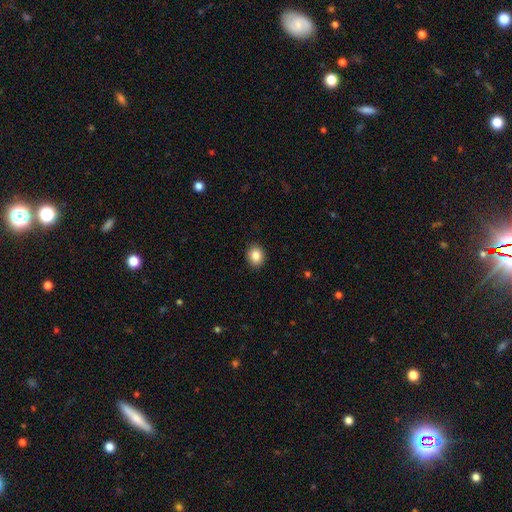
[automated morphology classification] Smooth or featured? Predicted: smooth (p=0.85). How rounded? Predicted: round (p=0.60). Merging? Predicted: none (p=0.91).